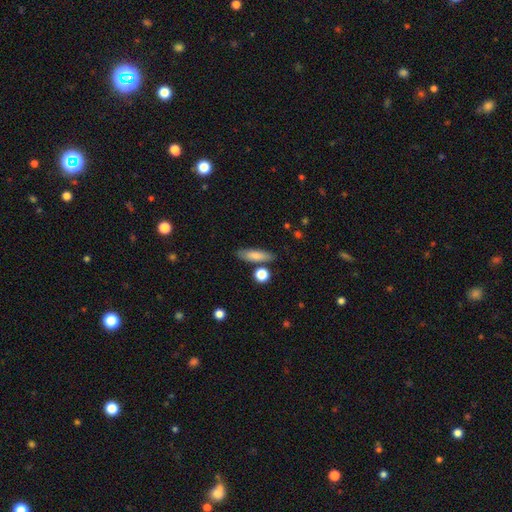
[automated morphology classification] Smooth or featured: smooth — 80% (featured or disk — 13%)
How rounded: cigar-shaped — 57% (in between — 39%)
Merging: none — 78% (minor disturbance — 12%)